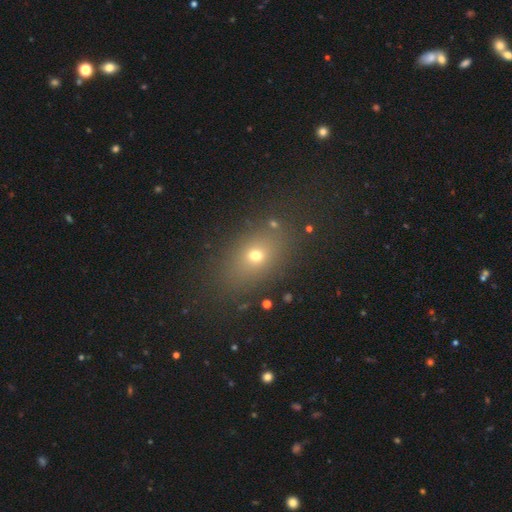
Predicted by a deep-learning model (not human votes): The model was most divided on "how rounded": in between: 70%, round: 28%, cigar-shaped: 3%. More confident: merging — none (80%); smooth or featured — smooth (65%).